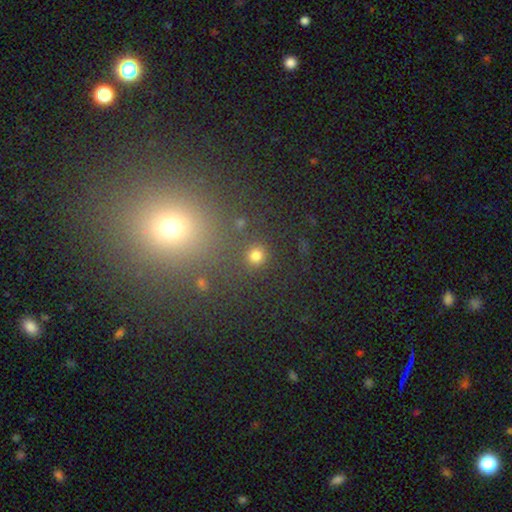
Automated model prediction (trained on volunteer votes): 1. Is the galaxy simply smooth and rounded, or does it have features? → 76% smooth, 18% star or artifact, 6% featured or disk.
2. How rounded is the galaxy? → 92% round, 7% in between, 1% cigar-shaped.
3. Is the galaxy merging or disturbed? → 83% none, 7% minor disturbance, 5% merger, 4% major disturbance.